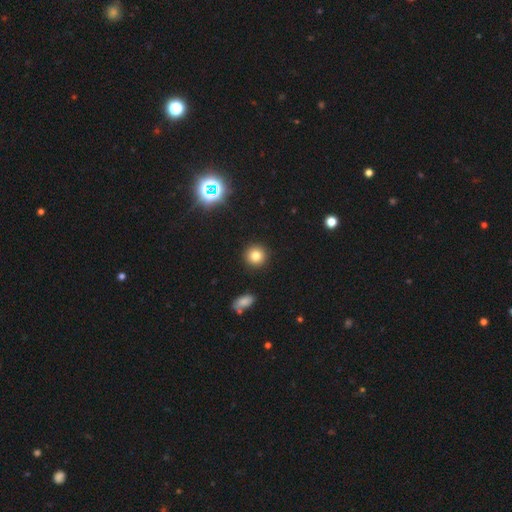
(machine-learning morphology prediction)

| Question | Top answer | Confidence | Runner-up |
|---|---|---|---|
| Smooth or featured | smooth | 79% | star or artifact (14%) |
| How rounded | round | 93% | in between (6%) |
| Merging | none | 91% | minor disturbance (5%) |